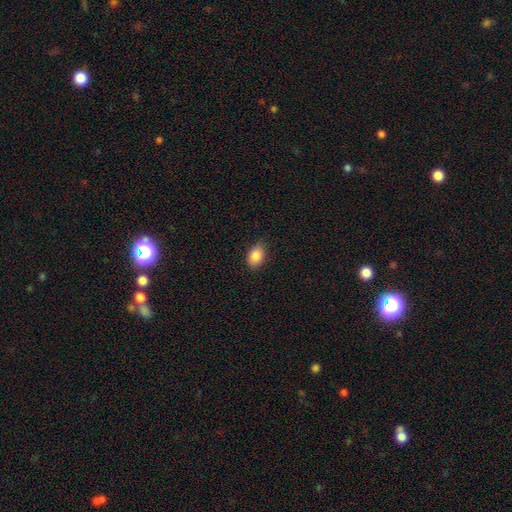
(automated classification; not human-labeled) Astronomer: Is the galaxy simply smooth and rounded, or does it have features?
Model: smooth — 87%.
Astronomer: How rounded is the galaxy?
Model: in between — 83%.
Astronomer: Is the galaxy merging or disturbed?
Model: none — 82%.